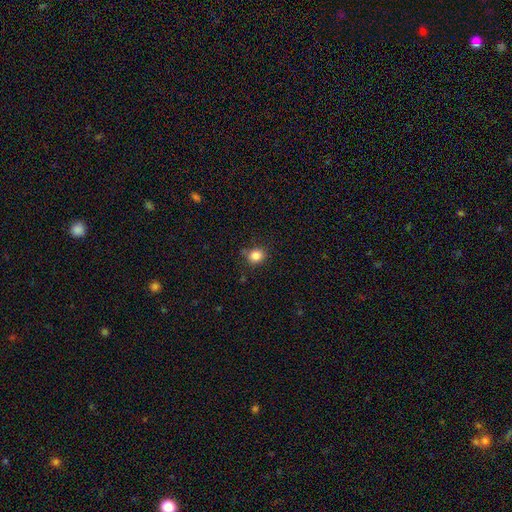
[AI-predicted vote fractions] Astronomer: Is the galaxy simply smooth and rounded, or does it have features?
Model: smooth — 84%.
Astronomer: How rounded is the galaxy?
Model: round — 74%.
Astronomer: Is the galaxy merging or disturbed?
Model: none — 82%.